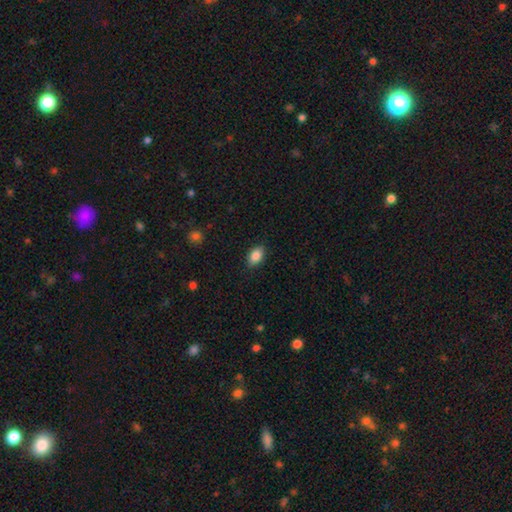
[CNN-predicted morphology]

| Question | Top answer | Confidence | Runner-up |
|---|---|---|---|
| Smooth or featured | smooth | 87% | star or artifact (8%) |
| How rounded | in between | 90% | round (8%) |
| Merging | none | 88% | minor disturbance (9%) |